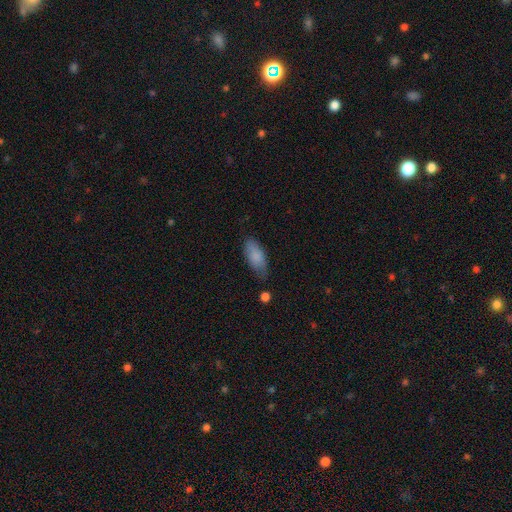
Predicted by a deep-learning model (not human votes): A smooth galaxy with no disk features (85%) that is in between round and cigar-shaped (87%). Merging: none (63%).